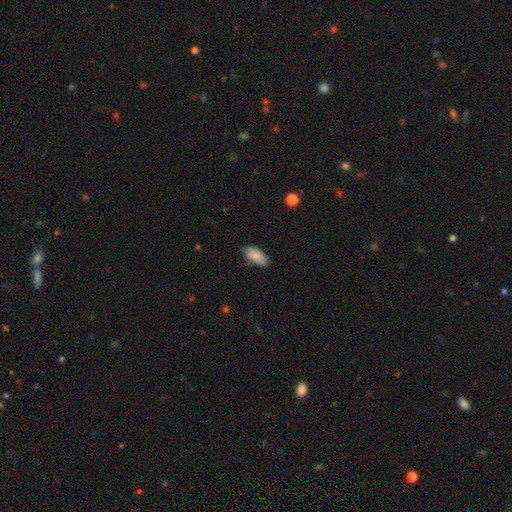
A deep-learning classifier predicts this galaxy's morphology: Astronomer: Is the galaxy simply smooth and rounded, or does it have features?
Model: smooth — 87%.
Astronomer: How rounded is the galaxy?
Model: in between — 89%.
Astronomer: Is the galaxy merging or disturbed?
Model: none — 78%.